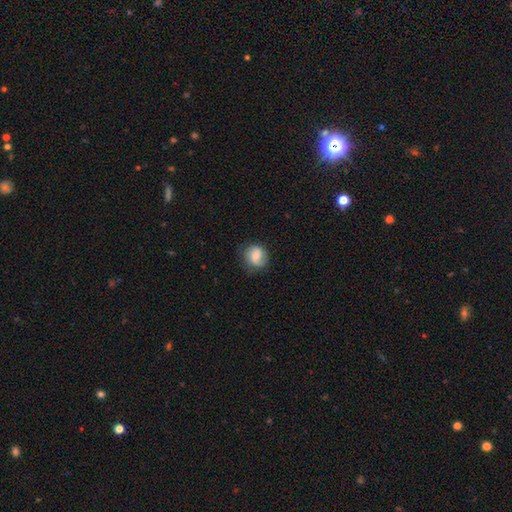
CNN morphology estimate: smooth_or_featured: smooth (p=0.60) [alt: featured or disk p=0.32]
how_rounded: round (p=0.79) [alt: in between p=0.20]
merging: none (p=0.74) [alt: minor disturbance p=0.19]